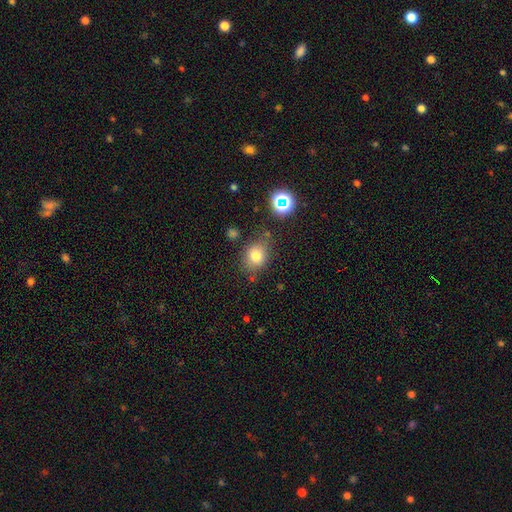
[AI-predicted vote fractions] smooth_or_featured: smooth (p=0.77) [alt: star or artifact p=0.14]
how_rounded: in between (p=0.50) [alt: round p=0.49]
merging: none (p=0.73) [alt: minor disturbance p=0.17]